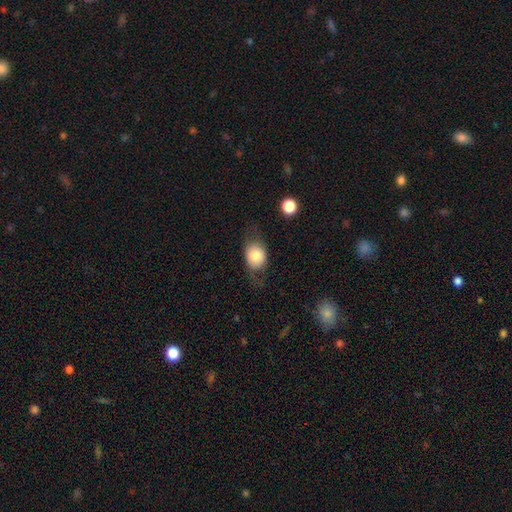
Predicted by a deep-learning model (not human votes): smooth_or_featured: smooth (p=0.74) [alt: featured or disk p=0.18]
how_rounded: in between (p=0.52) [alt: round p=0.47]
merging: none (p=0.62) [alt: minor disturbance p=0.22]